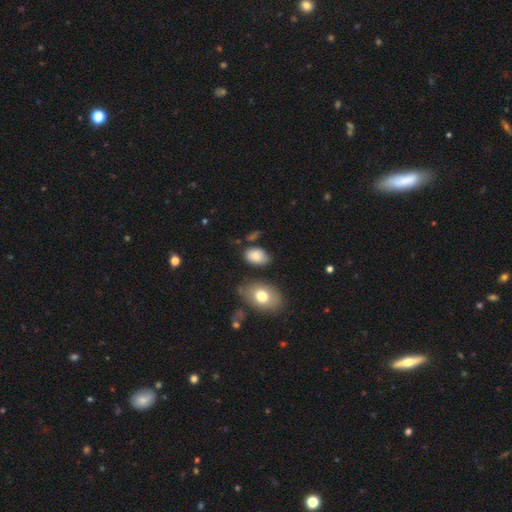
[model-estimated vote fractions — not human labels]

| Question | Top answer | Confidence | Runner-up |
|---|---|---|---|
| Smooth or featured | smooth | 83% | featured or disk (9%) |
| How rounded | in between | 89% | round (10%) |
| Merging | none | 66% | minor disturbance (22%) |